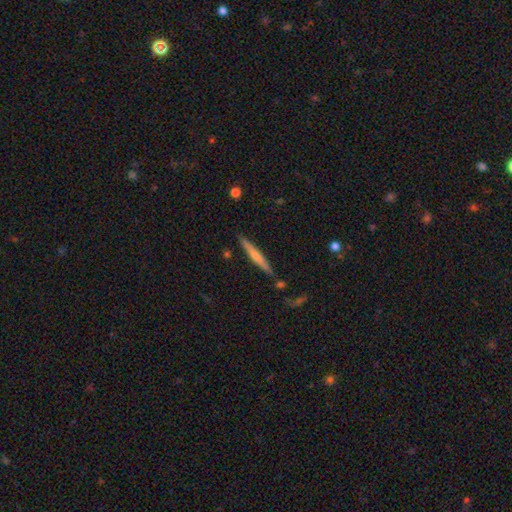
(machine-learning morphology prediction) type=smooth (49%); merging=none (86%).